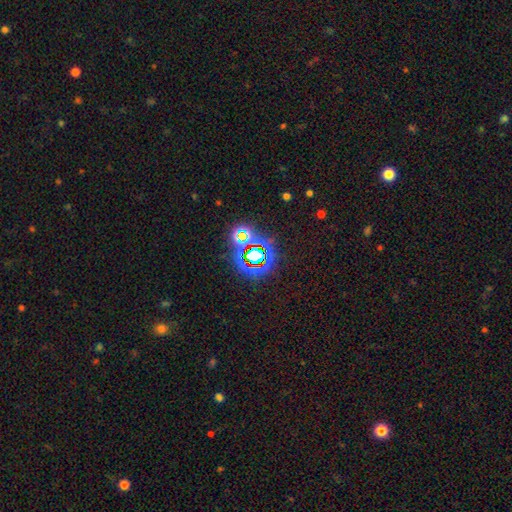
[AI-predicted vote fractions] star or artifact 75%, smooth 15%, featured or disk 10%.